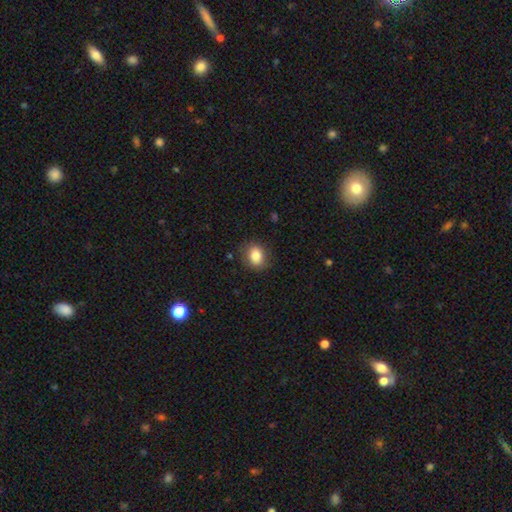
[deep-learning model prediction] Smooth or featured: smooth — 84% (star or artifact — 9%)
How rounded: in between — 55% (round — 43%)
Merging: none — 82% (minor disturbance — 14%)